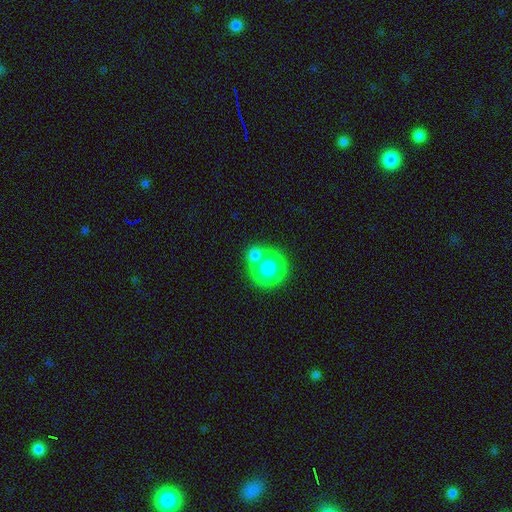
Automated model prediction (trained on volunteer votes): Overall: smooth (76%). How rounded: round (84%). Merging: none (43%; merger 40%).